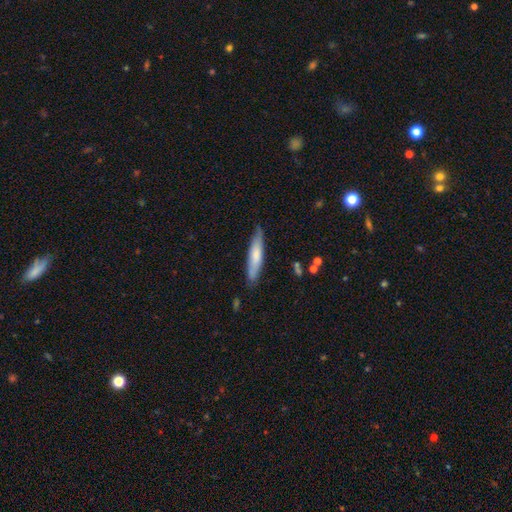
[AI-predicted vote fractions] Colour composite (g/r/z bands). It shows a smooth galaxy with no disk features (68%) that is cigar-shaped (84%). Merging: none (82%).